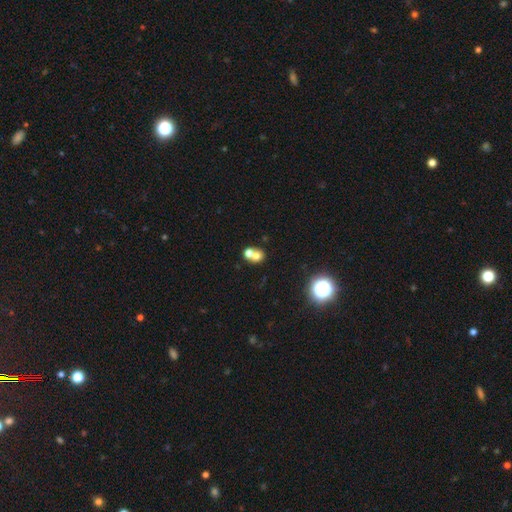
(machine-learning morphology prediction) A smooth galaxy with no disk features (69%) that is round (70%). Merging: merger (58%).